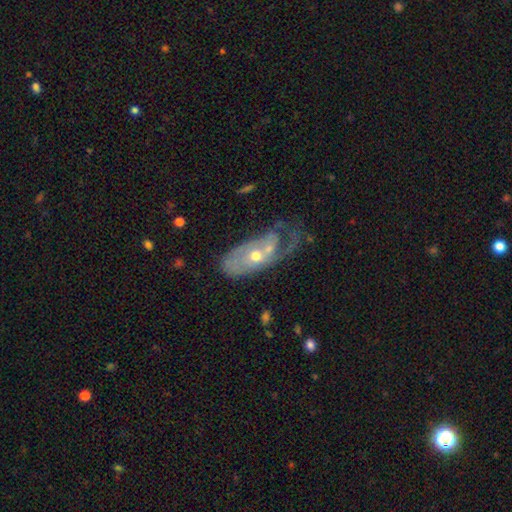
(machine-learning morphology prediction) This appears to be a featured or disk galaxy (70%) with no bar (76%), spiral arms (66%) and a moderate central bulge (62%). Merging: major disturbance (33%).